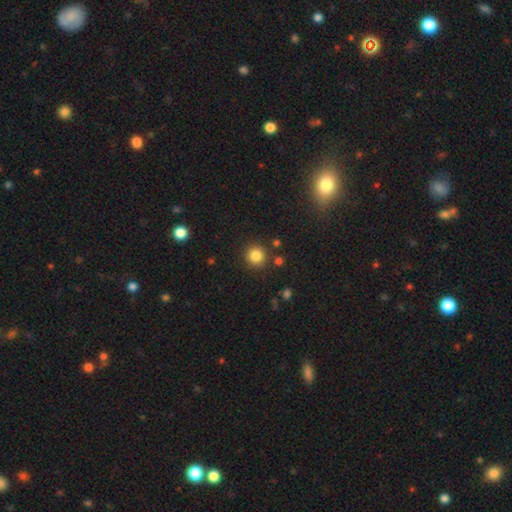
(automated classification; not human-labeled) A smooth galaxy with no disk features (84%) that is round (92%).

Vote fractions:
- Smooth or featured? smooth: 84% / star or artifact: 12% / featured or disk: 4%
- How rounded? round: 92% / in between: 7% / cigar-shaped: 1%
- Merging? none: 87% / minor disturbance: 7% / merger: 3% / major disturbance: 3%